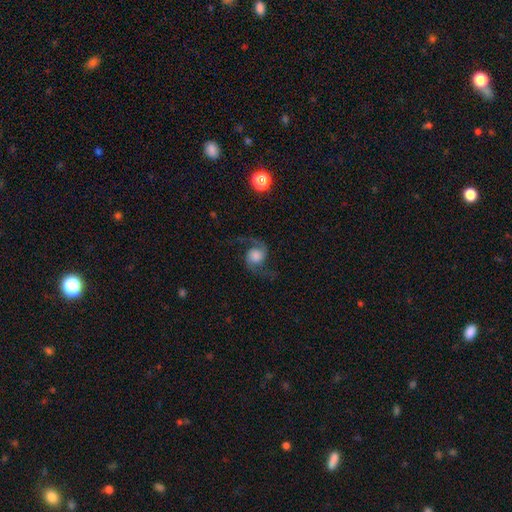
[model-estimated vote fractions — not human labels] Overall: featured or disk (85%). Edge-on disk: no (98%). Bar: no (71%). Spiral arms: yes (97%). Spiral arm count: 2 (94%). Spiral winding: loose (70%). Bulge size: large (41%; moderate 20%). Merging: none (77%).